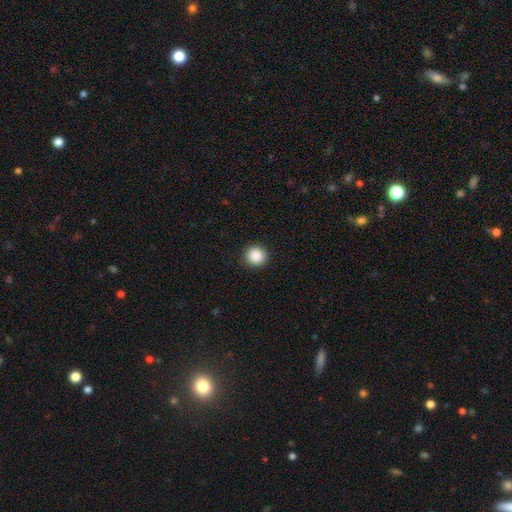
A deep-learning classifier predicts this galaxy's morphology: Smooth or featured? Predicted: smooth (p=0.88). How rounded? Predicted: round (p=0.93). Merging? Predicted: none (p=0.92).